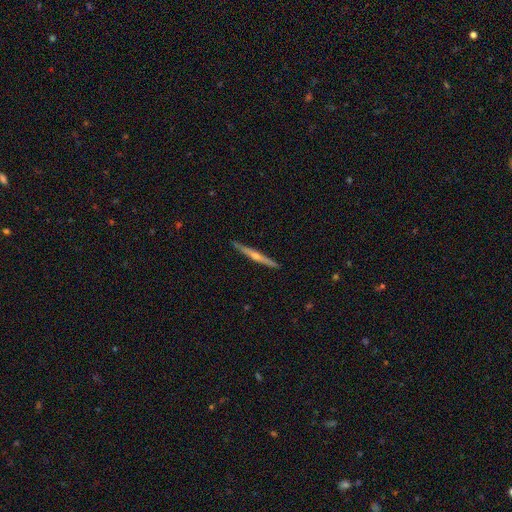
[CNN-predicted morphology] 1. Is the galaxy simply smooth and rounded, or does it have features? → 75% featured or disk, 20% smooth, 5% star or artifact.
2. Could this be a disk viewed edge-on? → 98% yes, 2% no.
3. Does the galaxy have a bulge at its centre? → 84% rounded, 12% none, 4% boxy.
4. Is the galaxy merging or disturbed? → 92% none, 6% minor disturbance, 1% major disturbance, 1% merger.